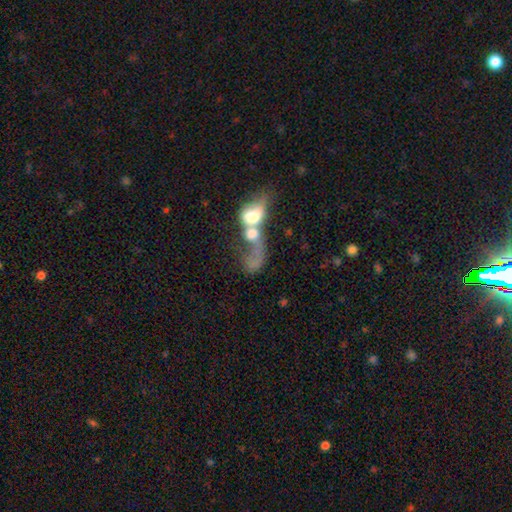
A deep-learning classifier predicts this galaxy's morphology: This appears to be a featured or disk galaxy (46%). Merging: merger (72%).